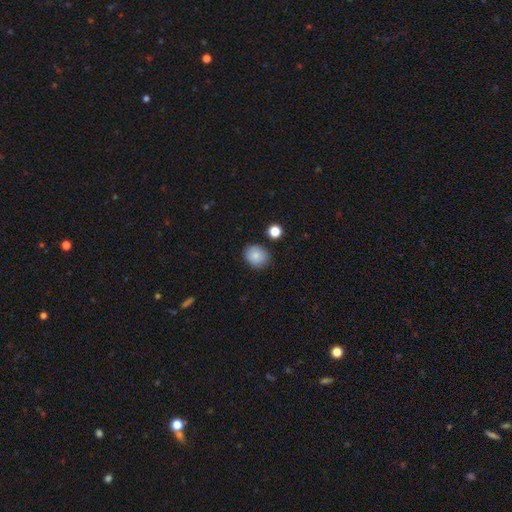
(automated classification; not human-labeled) Q: Smooth or featured?
A: smooth (85%); runner-up: star or artifact (9%)
Q: How rounded?
A: round (64%); runner-up: in between (35%)
Q: Merging?
A: none (83%); runner-up: minor disturbance (11%)